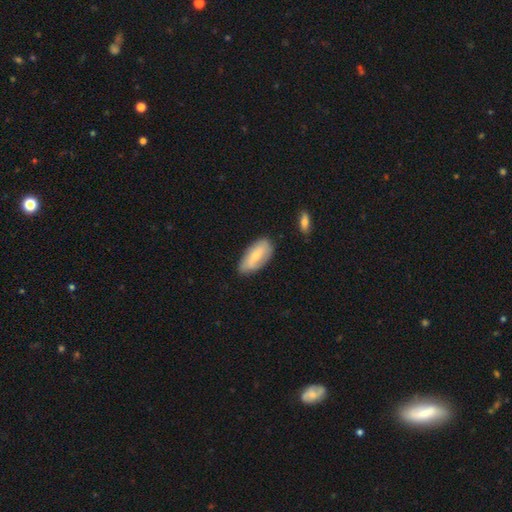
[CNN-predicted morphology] This is likely a smooth galaxy (63%). How rounded: clearly in between (89%). Merging: likely none (76%).